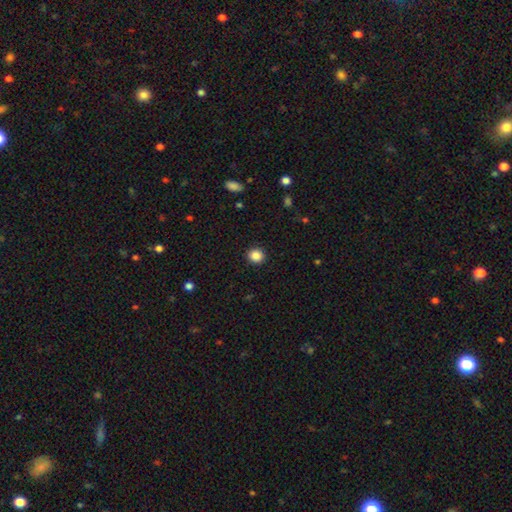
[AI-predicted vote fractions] Smooth or featured: smooth — 86% (star or artifact — 10%)
How rounded: round — 87% (in between — 12%)
Merging: none — 92% (minor disturbance — 5%)